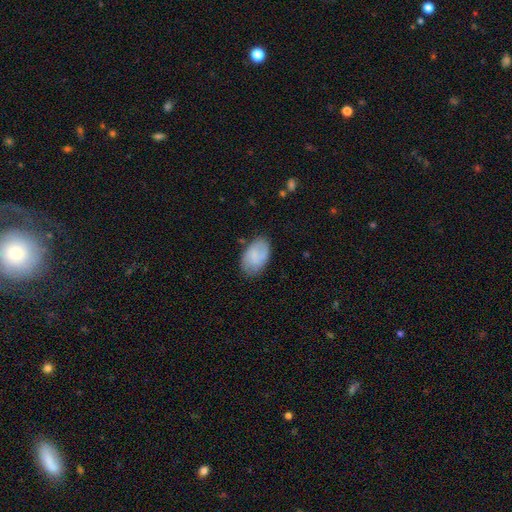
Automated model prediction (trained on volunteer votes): The model was most divided on "smooth or featured": smooth: 70%, featured or disk: 23%, star or artifact: 7%. More confident: how rounded — in between (91%); merging — none (74%).